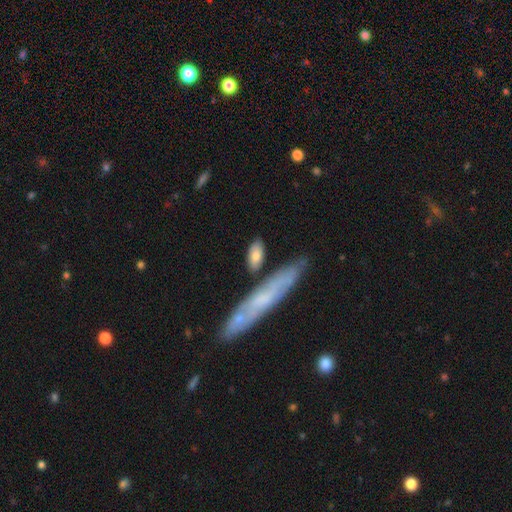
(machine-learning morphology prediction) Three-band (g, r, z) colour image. It shows a smooth galaxy with no disk features (77%) that is in between round and cigar-shaped (78%). Merging: none (74%).